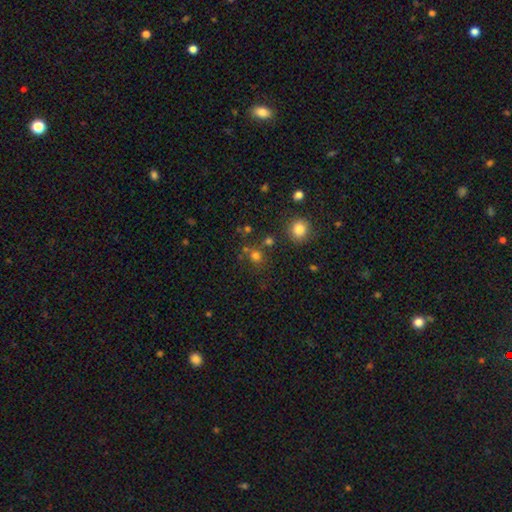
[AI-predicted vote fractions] Overall: smooth (72%). How rounded: round (85%). Merging: none (69%).